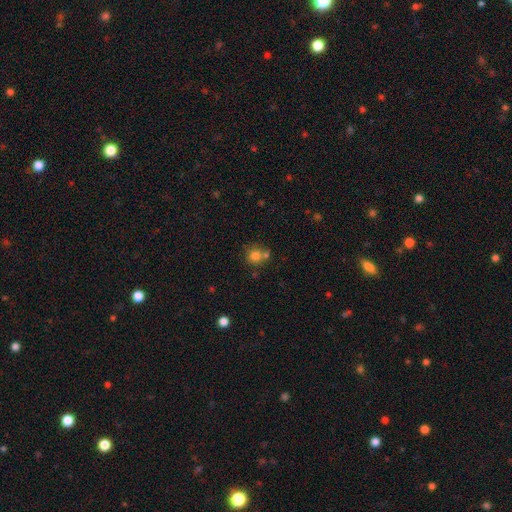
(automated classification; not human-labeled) Morphology: type=smooth (77%); roundness=round (88%); merging=none (60%).